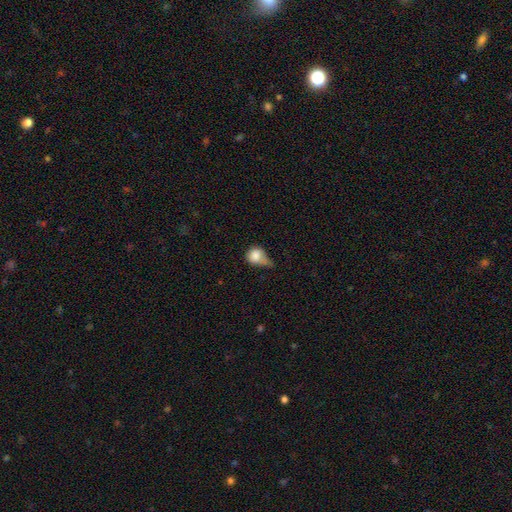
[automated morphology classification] smooth_or_featured: smooth (p=0.79) [alt: featured or disk p=0.12]
how_rounded: round (p=0.67) [alt: in between p=0.31]
merging: minor disturbance (p=0.36) [alt: major disturbance p=0.31]